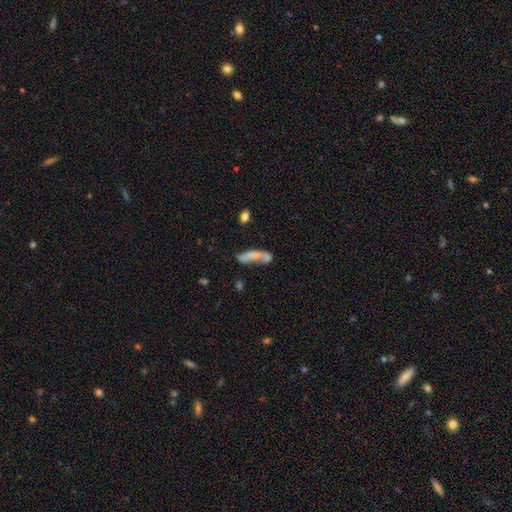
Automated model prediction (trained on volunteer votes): Smooth or featured: smooth — 54% (featured or disk — 33%)
How rounded: cigar-shaped — 56% (in between — 40%)
Merging: none — 40% (merger — 24%)